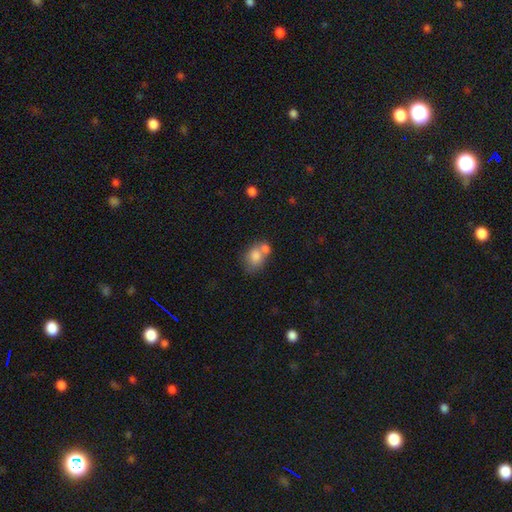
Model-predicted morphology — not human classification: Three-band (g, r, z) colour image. It shows a smooth galaxy with no disk features (79%) that is in between round and cigar-shaped (62%). Merging: merger (46%).